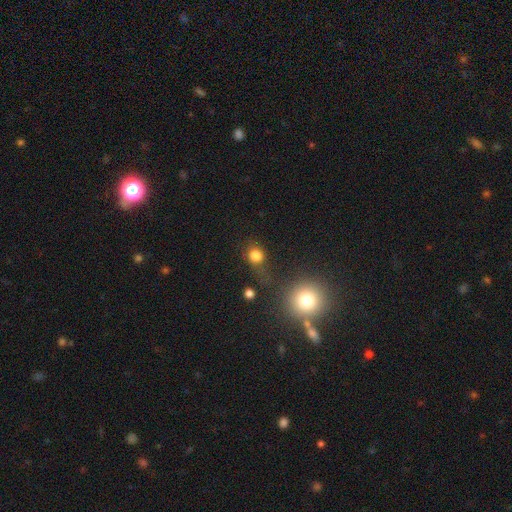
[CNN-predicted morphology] Smooth or featured: smooth — 79% (star or artifact — 14%)
How rounded: round — 77% (in between — 21%)
Merging: none — 55% (minor disturbance — 20%)